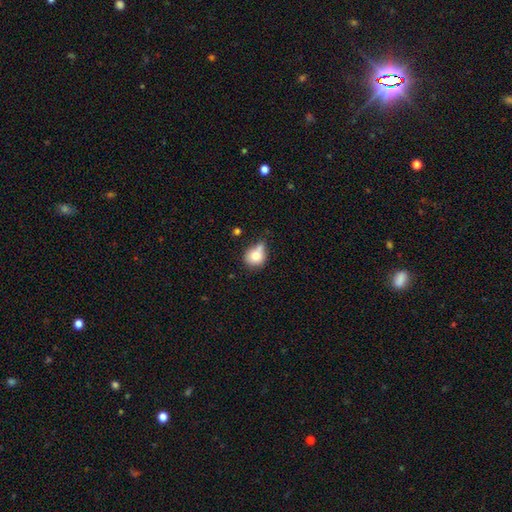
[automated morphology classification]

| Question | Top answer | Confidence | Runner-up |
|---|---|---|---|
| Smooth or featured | smooth | 76% | featured or disk (14%) |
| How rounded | round | 70% | in between (28%) |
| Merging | none | 41% | minor disturbance (31%) |